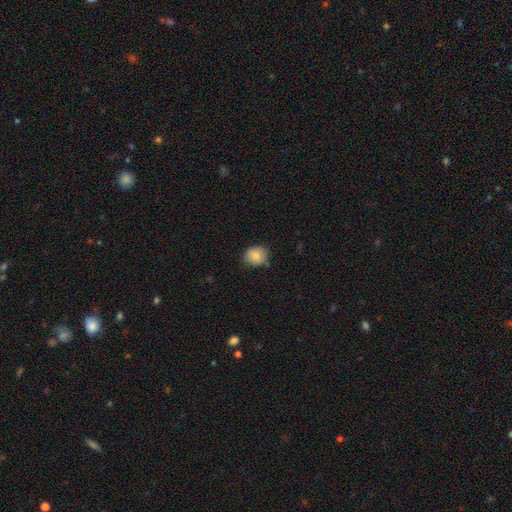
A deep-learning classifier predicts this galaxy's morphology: Overall: smooth (84%). How rounded: round (70%). Merging: none (73%).